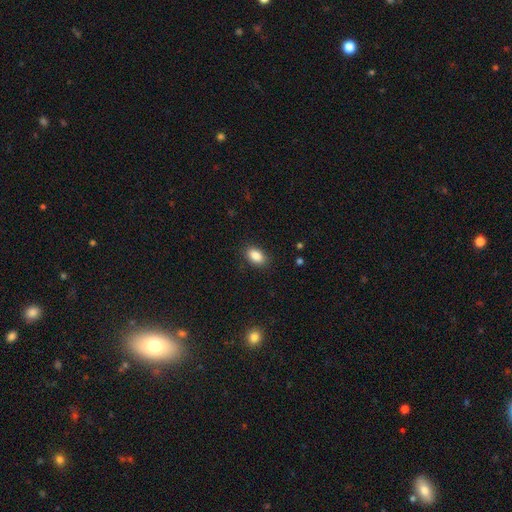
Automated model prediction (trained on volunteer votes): Q: Smooth or featured?
A: smooth (87%); runner-up: star or artifact (8%)
Q: How rounded?
A: in between (89%); runner-up: round (9%)
Q: Merging?
A: none (87%); runner-up: minor disturbance (9%)